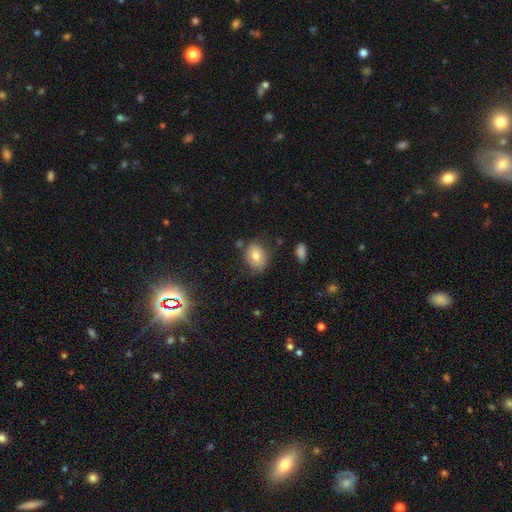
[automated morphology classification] Smooth or featured? Predicted: smooth (p=0.72). How rounded? Predicted: in between (p=0.50). Merging? Predicted: none (p=0.65).